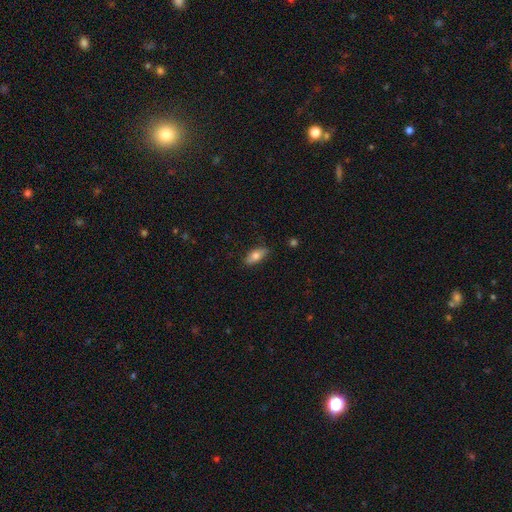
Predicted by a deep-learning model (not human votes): Smooth or featured?
  - smooth: 74% *
  - featured or disk: 19%
  - star or artifact: 7%
How rounded?
  - in between: 82% *
  - cigar-shaped: 15%
  - round: 3%
Merging?
  - none: 83% *
  - minor disturbance: 13%
  - major disturbance: 2%
  - merger: 1%